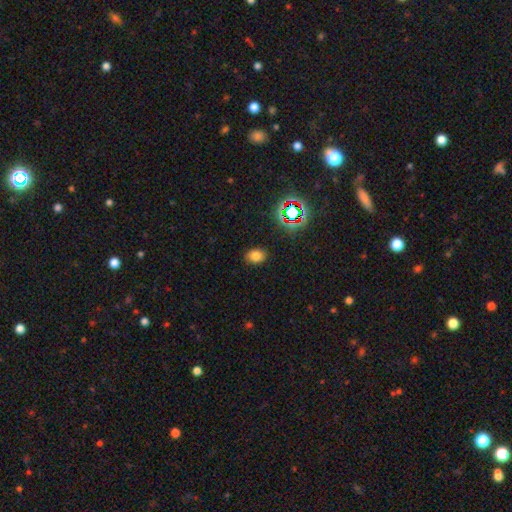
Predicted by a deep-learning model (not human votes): Overall: smooth (74%). How rounded: in between (66%; round 33%). Merging: none (86%).